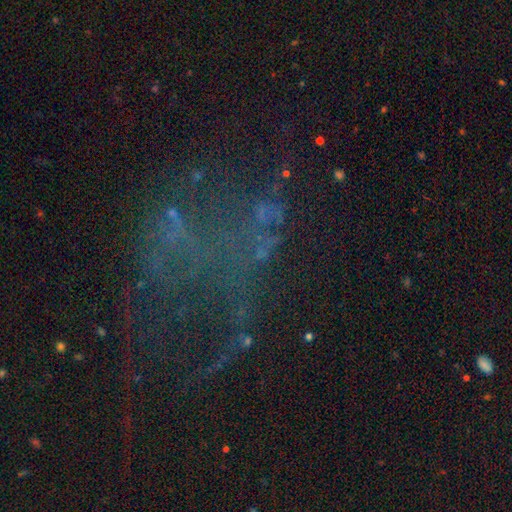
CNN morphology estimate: star or artifact 45%, featured or disk 39%, smooth 16%.